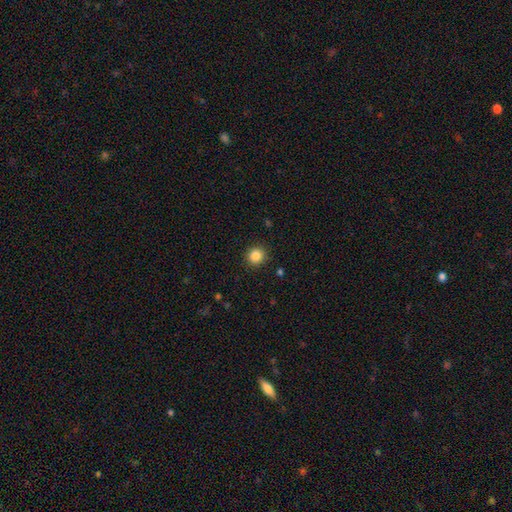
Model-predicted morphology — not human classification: Overall: smooth (86%). How rounded: round (91%). Merging: none (90%).